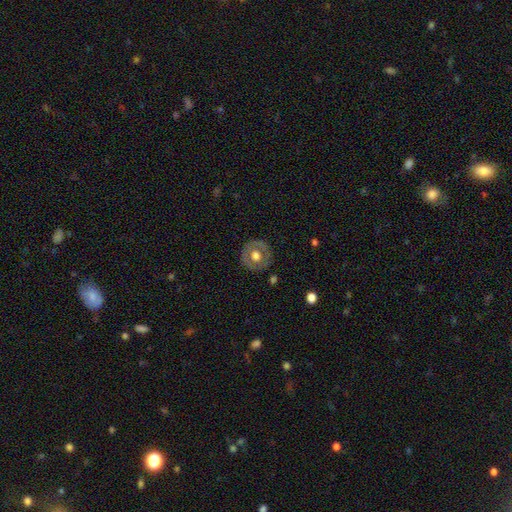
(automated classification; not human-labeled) Smooth or featured? smooth (50%)
Merging? none (84%)